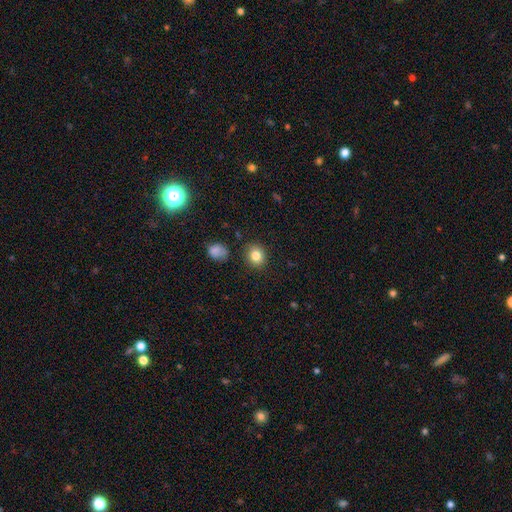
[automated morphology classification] This appears to be a smooth galaxy with no disk features (82%) that is round (75%). Merging: none (87%).